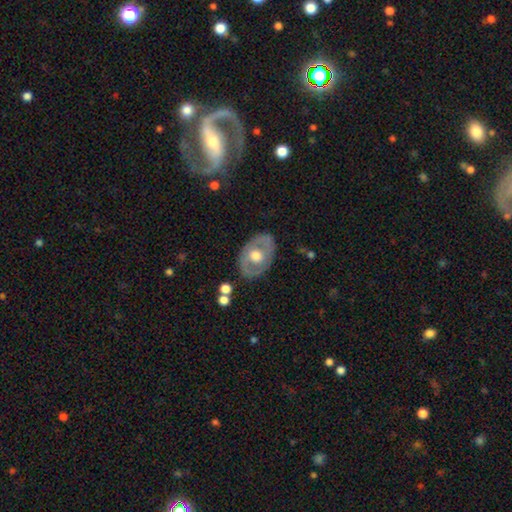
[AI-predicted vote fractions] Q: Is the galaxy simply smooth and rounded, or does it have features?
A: featured or disk — 58%.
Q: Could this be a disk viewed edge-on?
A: no — 91%.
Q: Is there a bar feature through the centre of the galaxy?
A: no — 82%.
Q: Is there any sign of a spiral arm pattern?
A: no — 77%.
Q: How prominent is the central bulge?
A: moderate — 65%.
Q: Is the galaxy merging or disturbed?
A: none — 81%.